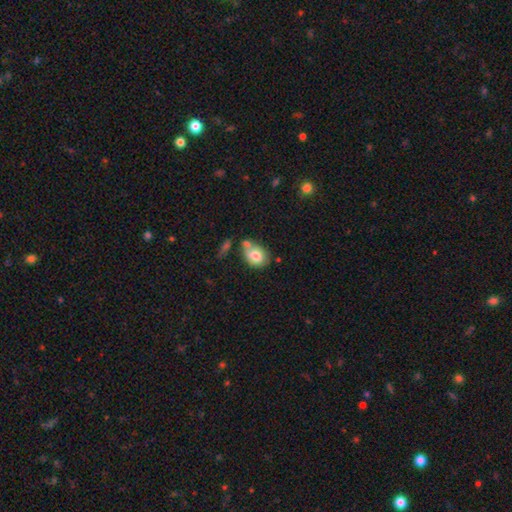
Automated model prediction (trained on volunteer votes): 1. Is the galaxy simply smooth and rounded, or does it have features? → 77% smooth, 15% featured or disk, 8% star or artifact.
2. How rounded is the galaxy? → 57% in between, 42% round, 1% cigar-shaped.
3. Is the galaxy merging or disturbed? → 47% none, 27% merger, 19% minor disturbance, 6% major disturbance.